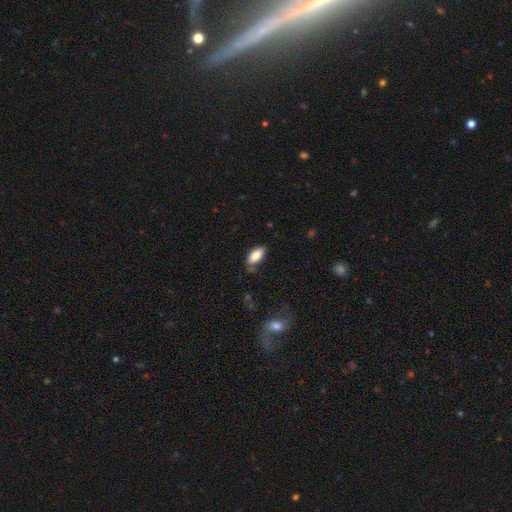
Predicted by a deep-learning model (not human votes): This is clearly a smooth galaxy (83%). How rounded: clearly in between (89%). Merging: likely none (72%).